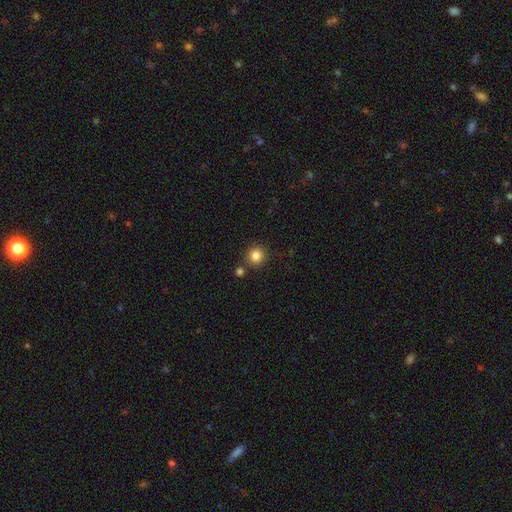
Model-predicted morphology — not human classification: This is clearly a smooth galaxy (84%). How rounded: clearly round (94%). Merging: clearly none (82%).